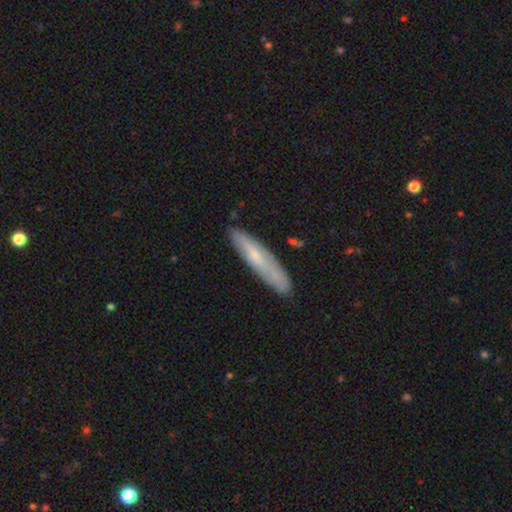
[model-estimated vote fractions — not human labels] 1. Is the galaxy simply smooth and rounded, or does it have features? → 49% smooth, 44% featured or disk, 7% star or artifact.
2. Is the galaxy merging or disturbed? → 80% none, 16% minor disturbance, 3% major disturbance, 2% merger.